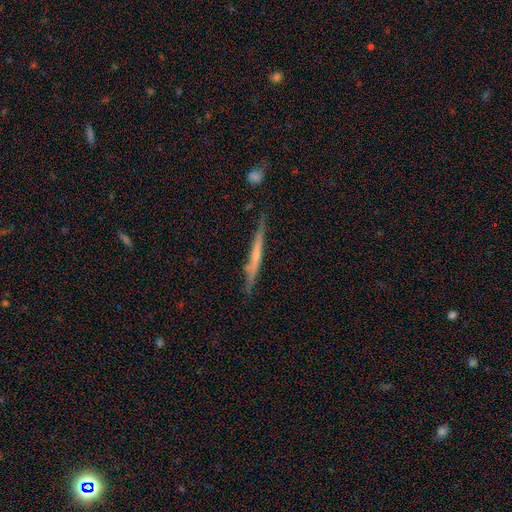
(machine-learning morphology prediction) Overall: featured or disk (58%; smooth 35%). Edge-on disk: yes (95%). Edge-on bulge: none (66%; rounded 26%). Merging: none (79%).